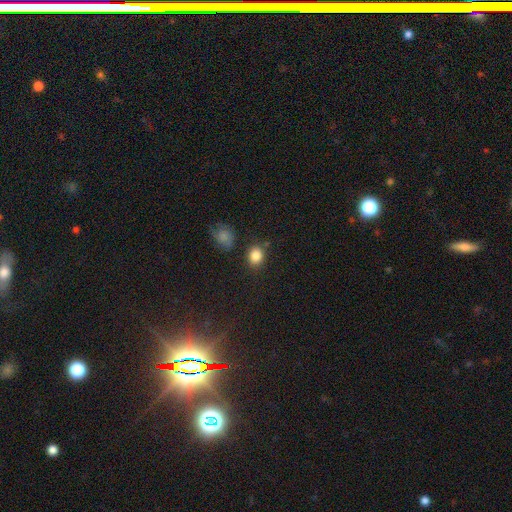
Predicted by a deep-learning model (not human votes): Q: Smooth or featured?
A: smooth (85%); runner-up: star or artifact (10%)
Q: How rounded?
A: round (55%); runner-up: in between (44%)
Q: Merging?
A: none (77%); runner-up: minor disturbance (13%)